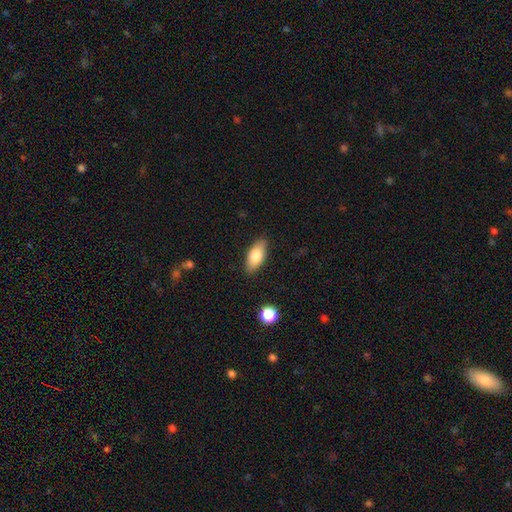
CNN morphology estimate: smooth_or_featured: smooth (p=0.78) [alt: featured or disk p=0.16]
how_rounded: in between (p=0.85) [alt: cigar-shaped p=0.12]
merging: none (p=0.86) [alt: minor disturbance p=0.10]